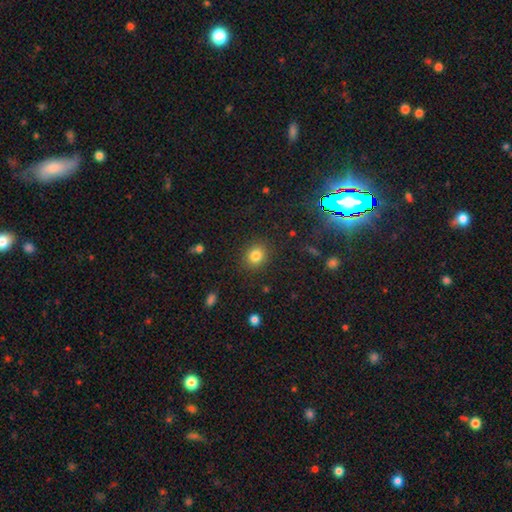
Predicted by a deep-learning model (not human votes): A smooth galaxy with no disk features (81%) that is round (77%).

Vote fractions:
- Smooth or featured? smooth: 81% / star or artifact: 13% / featured or disk: 6%
- How rounded? round: 77% / in between: 22% / cigar-shaped: 1%
- Merging? none: 88% / minor disturbance: 8% / major disturbance: 3% / merger: 1%